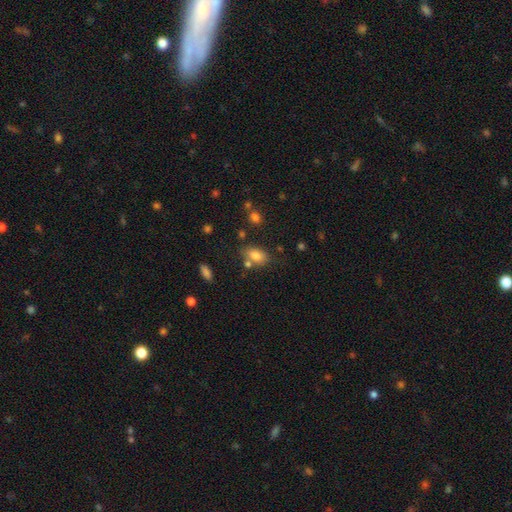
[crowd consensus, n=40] A smooth galaxy with no disk features (82%) that is in between round and cigar-shaped (91%). Merging: none (61%).